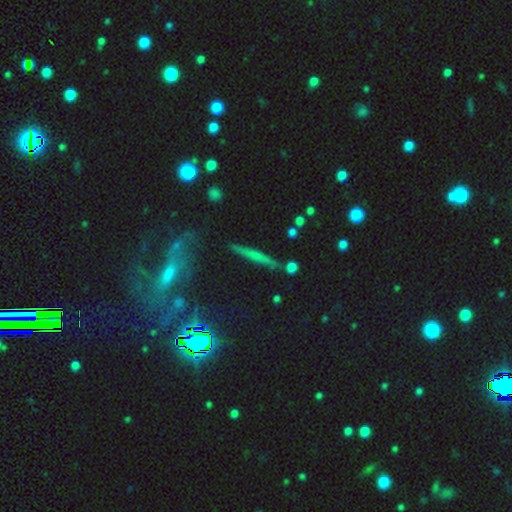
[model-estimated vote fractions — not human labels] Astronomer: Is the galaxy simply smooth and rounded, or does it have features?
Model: featured or disk — 44% (runner-up: smooth, 42%).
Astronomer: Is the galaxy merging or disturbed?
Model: none — 85%.